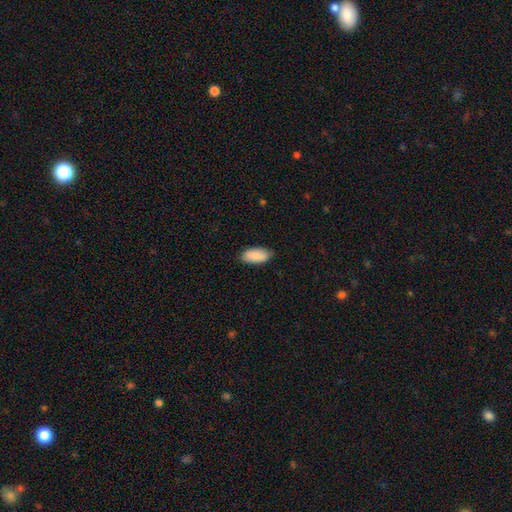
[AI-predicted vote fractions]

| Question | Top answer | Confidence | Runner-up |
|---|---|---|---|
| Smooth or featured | smooth | 90% | star or artifact (6%) |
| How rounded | in between | 93% | cigar-shaped (6%) |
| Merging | none | 83% | minor disturbance (14%) |